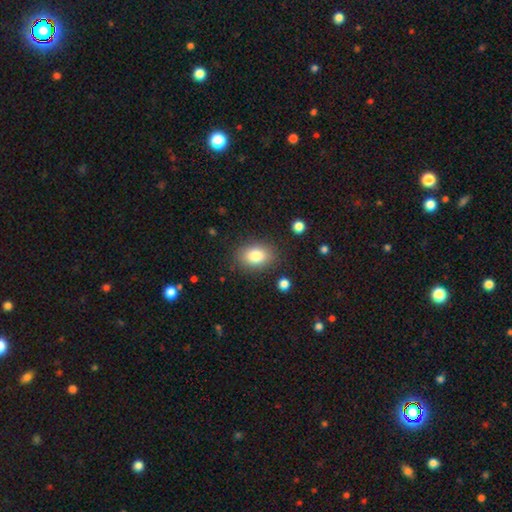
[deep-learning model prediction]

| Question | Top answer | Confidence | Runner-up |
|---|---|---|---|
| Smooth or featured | smooth | 82% | featured or disk (9%) |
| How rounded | in between | 74% | round (24%) |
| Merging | none | 84% | minor disturbance (10%) |